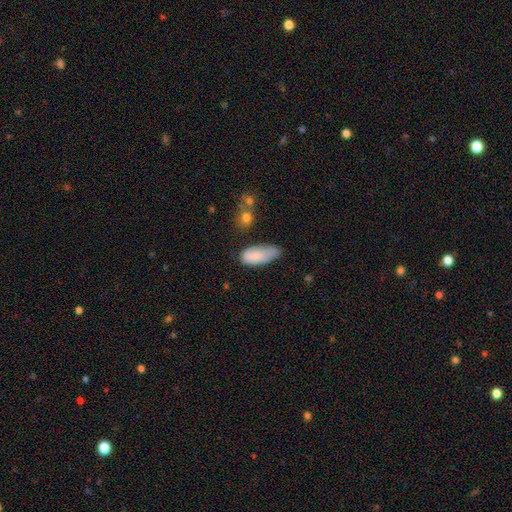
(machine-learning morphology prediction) This is clearly a smooth galaxy (82%). How rounded: clearly in between (86%). Merging: marginally minor disturbance (44%).